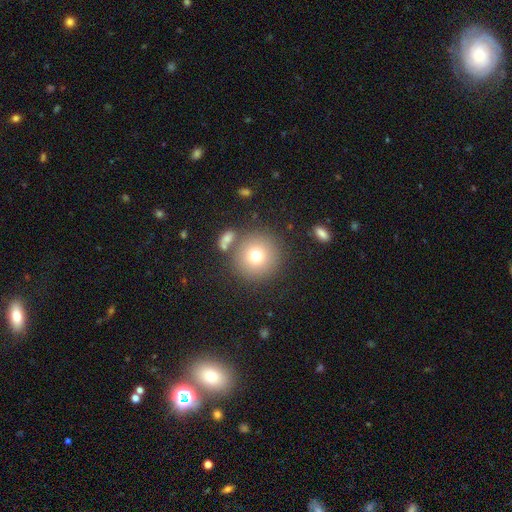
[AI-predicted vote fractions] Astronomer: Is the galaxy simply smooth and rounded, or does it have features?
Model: smooth — 74%.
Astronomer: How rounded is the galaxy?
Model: round — 95%.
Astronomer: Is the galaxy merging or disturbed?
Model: none — 78%.